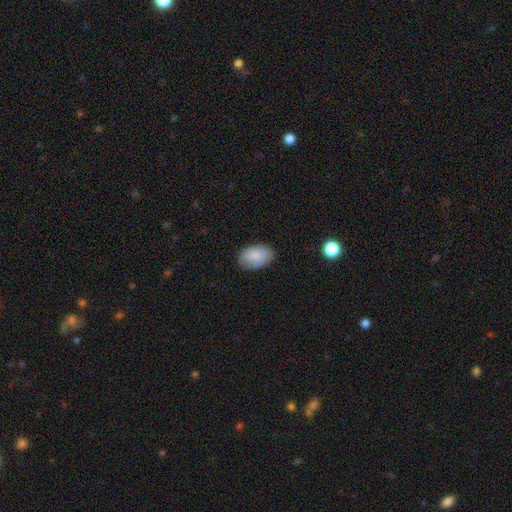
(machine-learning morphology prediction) smooth_or_featured: smooth (p=0.85) [alt: featured or disk p=0.09]
how_rounded: in between (p=0.92) [alt: round p=0.07]
merging: none (p=0.80) [alt: minor disturbance p=0.16]